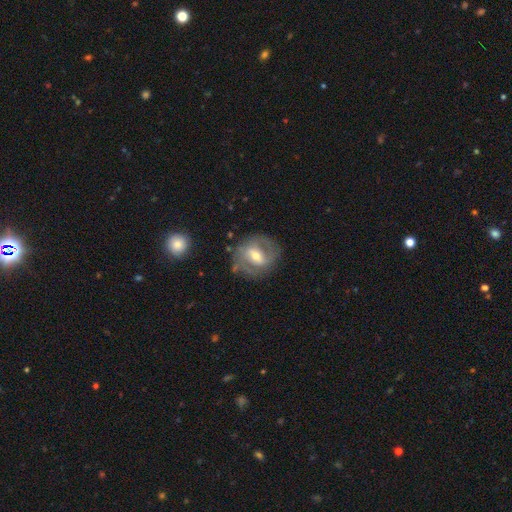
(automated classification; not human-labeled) smooth_or_featured: featured or disk (p=0.69) [alt: smooth p=0.24]
disk_edge_on: no (p=0.95) [alt: yes p=0.05]
bar: weak (p=0.45) [alt: strong p=0.38]
has_spiral_arms: yes (p=0.67) [alt: no p=0.33]
bulge_size: moderate (p=0.63) [alt: small p=0.29]
merging: none (p=0.70) [alt: minor disturbance p=0.18]